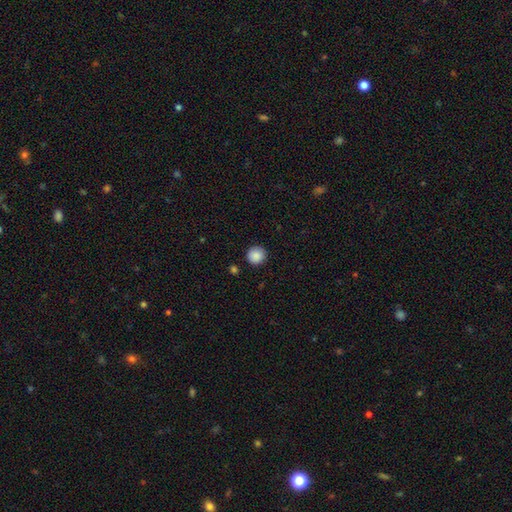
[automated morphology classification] smooth 88%, star or artifact 9%, featured or disk 3%. Down the decision tree: how rounded — round (94%); merging — none (90%).